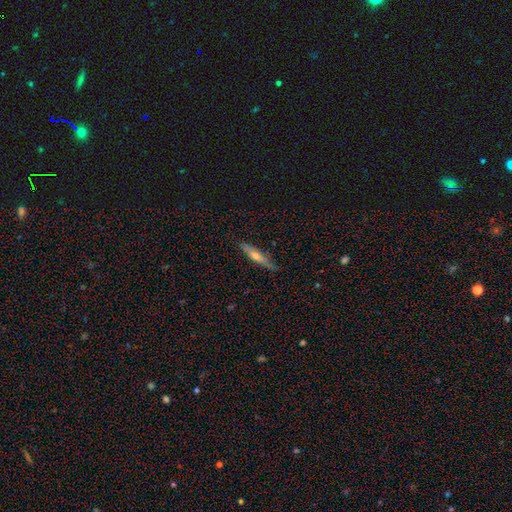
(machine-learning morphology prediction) This is possibly a featured or disk galaxy (53%). It is clearly viewed edge-on (90%). Merging: clearly none (83%).